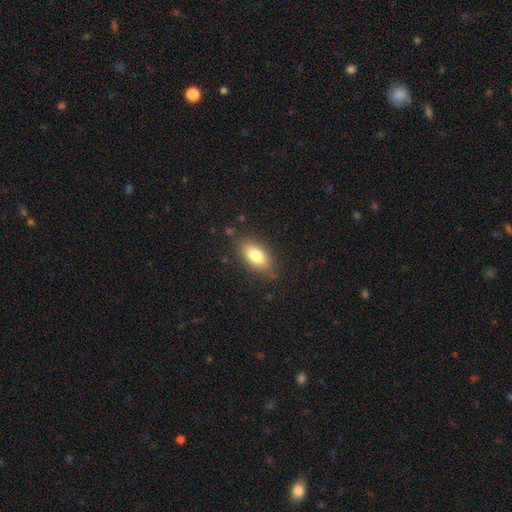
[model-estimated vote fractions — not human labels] smooth-or-featured: smooth: 81% | featured or disk: 12% | star or artifact: 7%
  how-rounded: in between: 90% | cigar-shaped: 6% | round: 5%
  merging: none: 81% | minor disturbance: 14% | major disturbance: 3% | merger: 2%